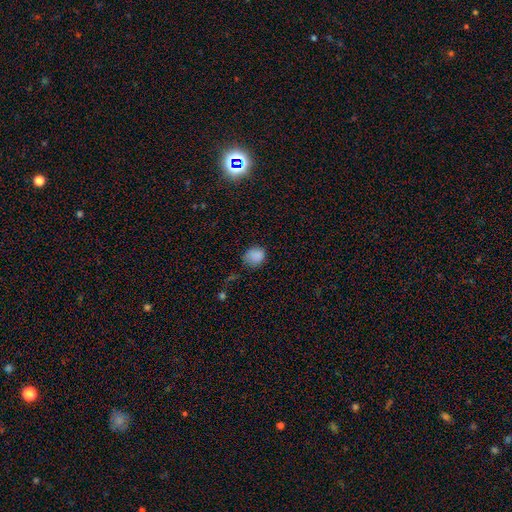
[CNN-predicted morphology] smooth_or_featured: smooth (p=0.84) [alt: star or artifact p=0.11]
how_rounded: round (p=0.68) [alt: in between p=0.31]
merging: none (p=0.63) [alt: minor disturbance p=0.28]